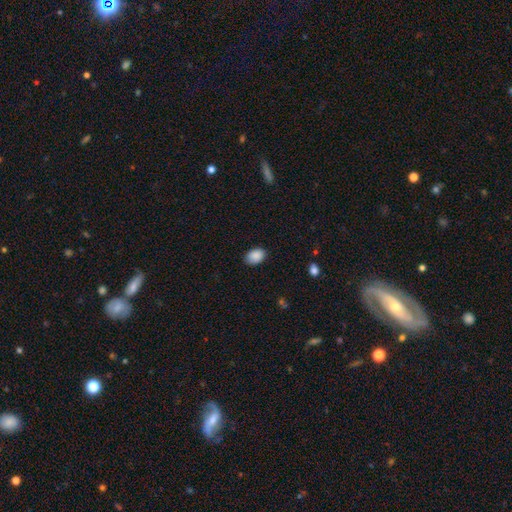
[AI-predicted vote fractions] Smooth or featured?
  - smooth: 90% *
  - star or artifact: 7%
  - featured or disk: 3%
How rounded?
  - in between: 82% *
  - round: 17%
  - cigar-shaped: 1%
Merging?
  - none: 85% *
  - minor disturbance: 12%
  - major disturbance: 2%
  - merger: 1%